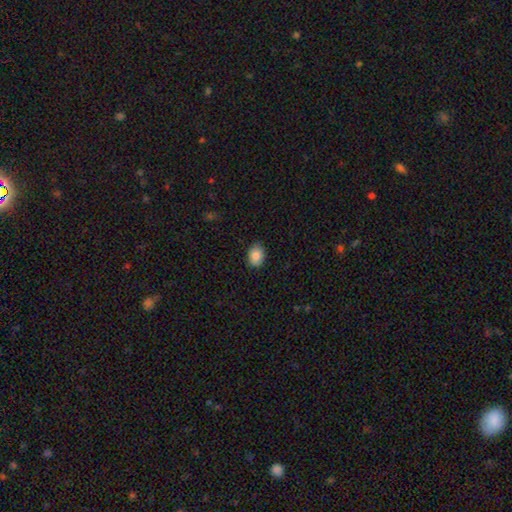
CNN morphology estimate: Smooth or featured?
  - smooth: 87% *
  - star or artifact: 8%
  - featured or disk: 5%
How rounded?
  - in between: 75% *
  - round: 24%
  - cigar-shaped: 1%
Merging?
  - none: 85% *
  - minor disturbance: 12%
  - major disturbance: 2%
  - merger: 1%